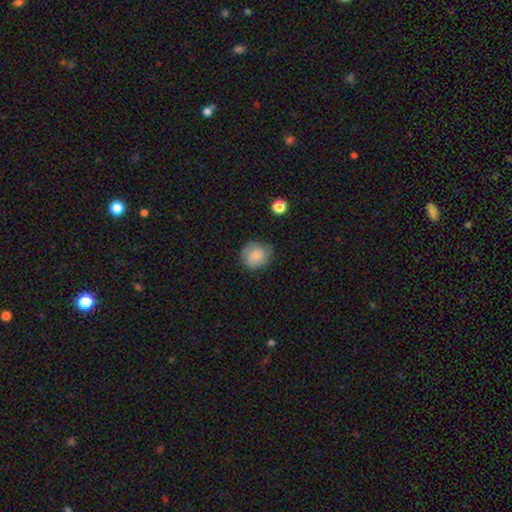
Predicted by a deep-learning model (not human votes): This is likely a smooth galaxy (78%). How rounded: clearly round (84%). Merging: likely none (69%).